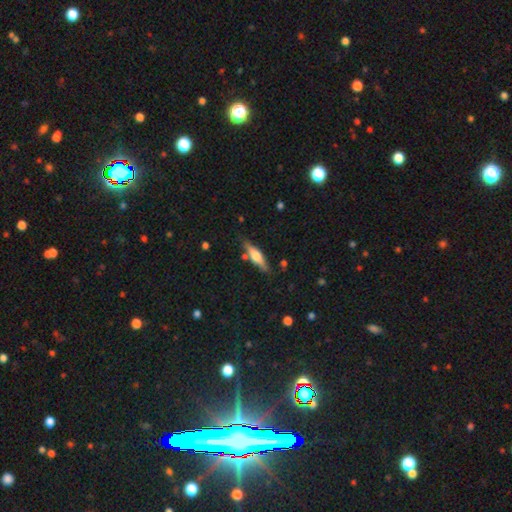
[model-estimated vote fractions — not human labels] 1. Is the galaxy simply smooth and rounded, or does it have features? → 52% featured or disk, 42% smooth, 6% star or artifact.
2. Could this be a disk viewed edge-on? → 93% yes, 7% no.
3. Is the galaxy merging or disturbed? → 80% none, 13% minor disturbance, 4% merger, 3% major disturbance.